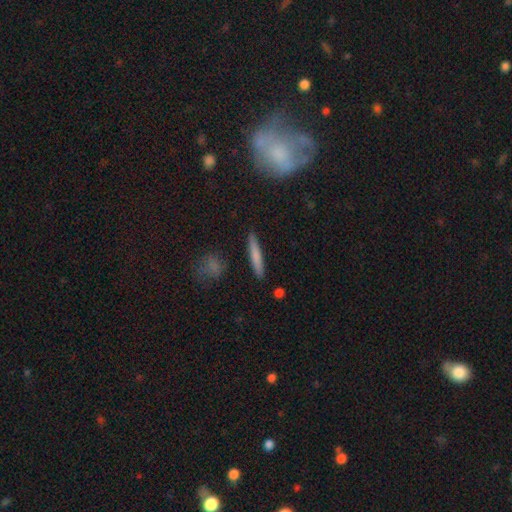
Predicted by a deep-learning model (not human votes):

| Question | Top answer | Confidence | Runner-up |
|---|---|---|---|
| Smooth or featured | smooth | 73% | featured or disk (20%) |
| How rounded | cigar-shaped | 93% | in between (6%) |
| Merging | none | 89% | minor disturbance (7%) |